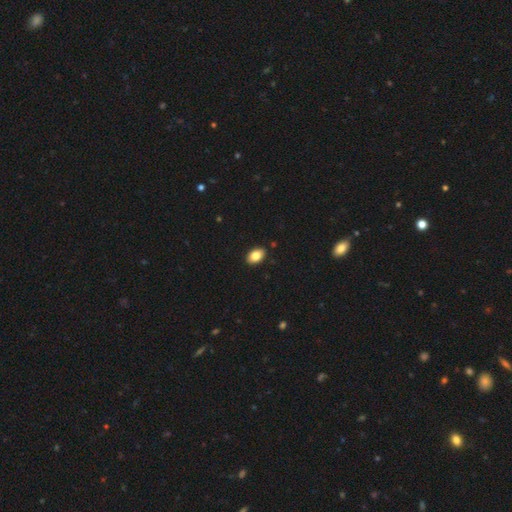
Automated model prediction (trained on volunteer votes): A smooth galaxy with no disk features (84%) that is in between round and cigar-shaped (89%). Merging: none (90%).